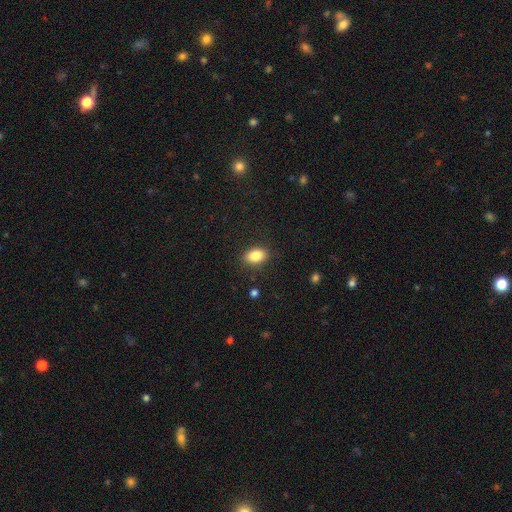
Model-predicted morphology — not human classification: Smooth or featured: smooth — 85% (star or artifact — 9%)
How rounded: in between — 84% (round — 15%)
Merging: none — 87% (minor disturbance — 10%)